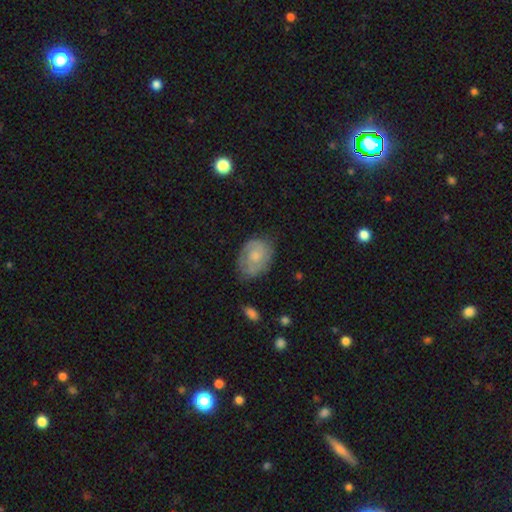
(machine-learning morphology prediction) A featured or disk galaxy (50%).

Vote fractions:
- Smooth or featured? featured or disk: 50% / smooth: 43% / star or artifact: 7%
- Merging? none: 65% / minor disturbance: 25% / major disturbance: 8% / merger: 2%